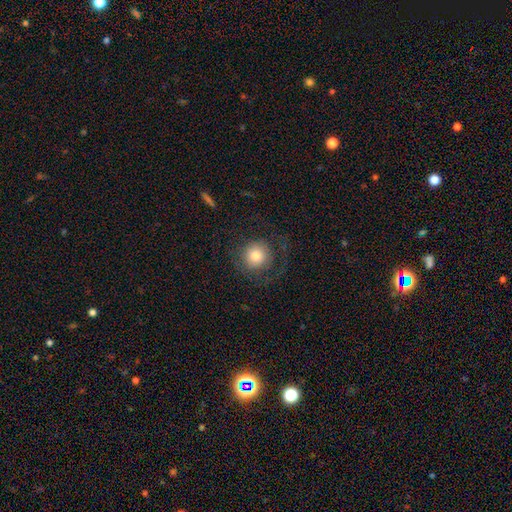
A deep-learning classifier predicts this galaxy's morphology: Q: Smooth or featured?
A: smooth (71%); runner-up: featured or disk (20%)
Q: How rounded?
A: round (93%); runner-up: in between (6%)
Q: Merging?
A: none (70%); runner-up: major disturbance (17%)